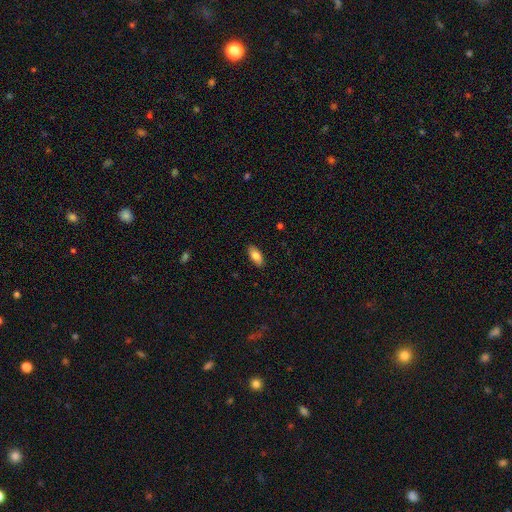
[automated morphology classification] Smooth or featured: smooth — 84% (featured or disk — 9%)
How rounded: in between — 87% (cigar-shaped — 10%)
Merging: none — 89% (minor disturbance — 8%)